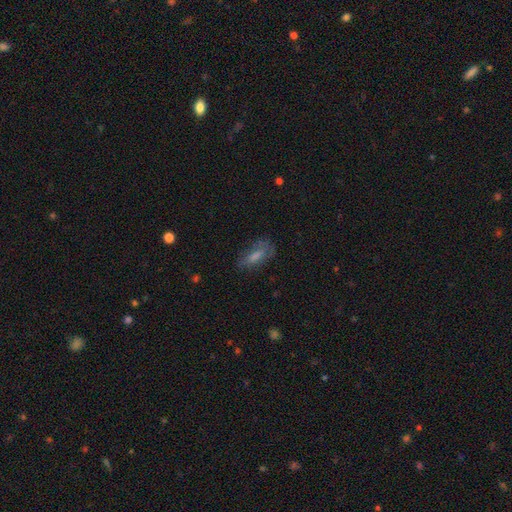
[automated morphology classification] Smooth or featured?
  - smooth: 63% *
  - featured or disk: 26%
  - star or artifact: 11%
How rounded?
  - in between: 60% *
  - cigar-shaped: 37%
  - round: 3%
Merging?
  - none: 58% *
  - minor disturbance: 25%
  - major disturbance: 15%
  - merger: 2%